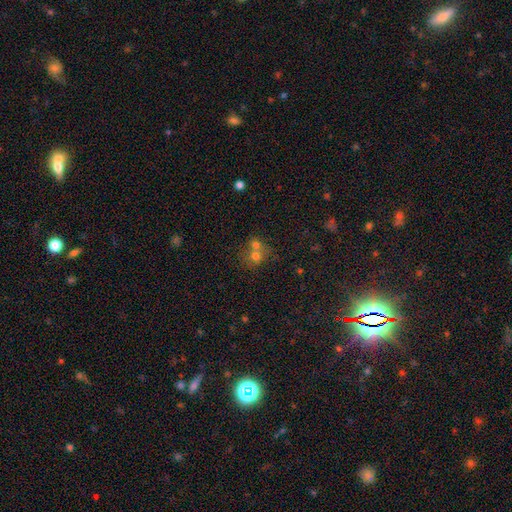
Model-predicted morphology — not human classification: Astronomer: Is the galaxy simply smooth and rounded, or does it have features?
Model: smooth — 68%.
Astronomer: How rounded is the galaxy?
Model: round — 78%.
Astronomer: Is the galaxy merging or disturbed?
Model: merger — 58% (runner-up: none, 33%).